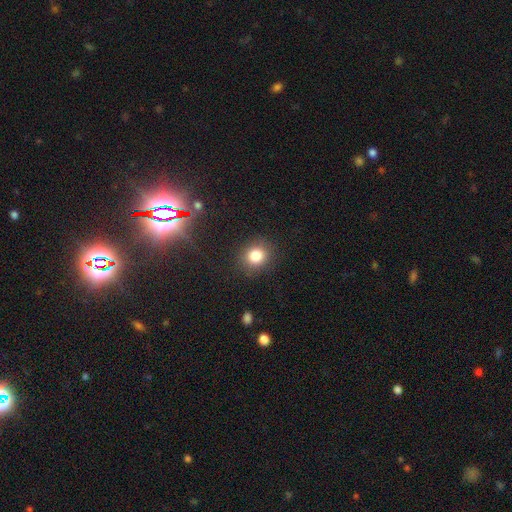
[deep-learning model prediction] The model was most divided on "how rounded": round: 76%, in between: 23%, cigar-shaped: 1%. More confident: merging — none (86%); smooth or featured — smooth (82%).